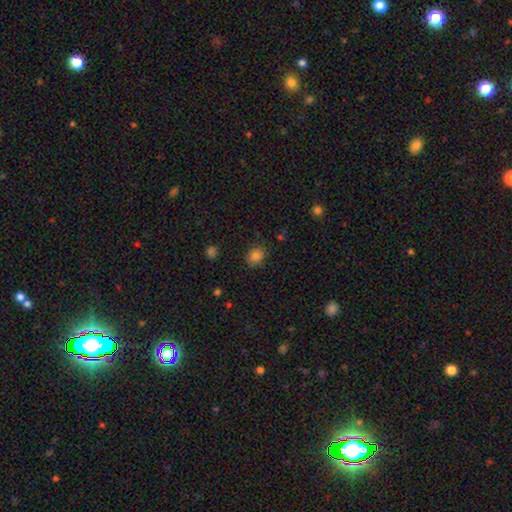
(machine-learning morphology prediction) smooth_or_featured: smooth (p=0.82) [alt: star or artifact p=0.12]
how_rounded: round (p=0.58) [alt: in between p=0.41]
merging: none (p=0.84) [alt: minor disturbance p=0.12]